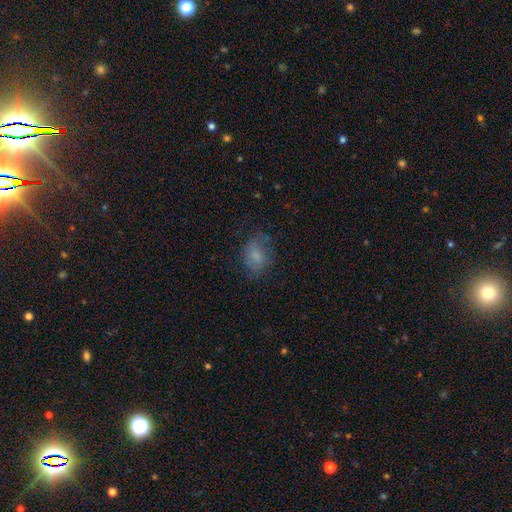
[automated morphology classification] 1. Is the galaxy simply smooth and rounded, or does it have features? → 72% smooth, 17% featured or disk, 11% star or artifact.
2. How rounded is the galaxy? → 69% in between, 29% round, 1% cigar-shaped.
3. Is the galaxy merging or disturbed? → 62% none, 22% minor disturbance, 14% major disturbance, 1% merger.